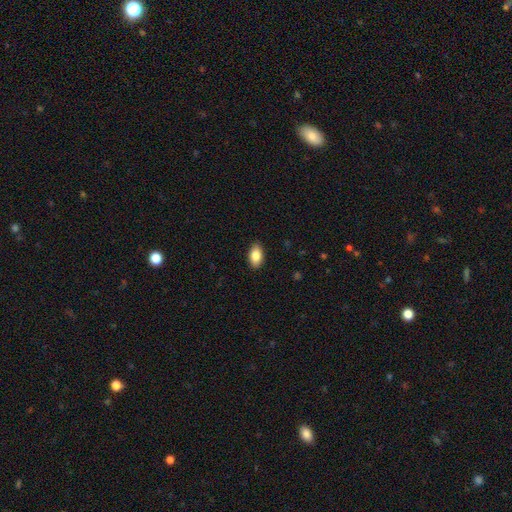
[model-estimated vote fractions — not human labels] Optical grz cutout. It shows a smooth galaxy with no disk features (86%) that is in between round and cigar-shaped (93%). Merging: none (89%).